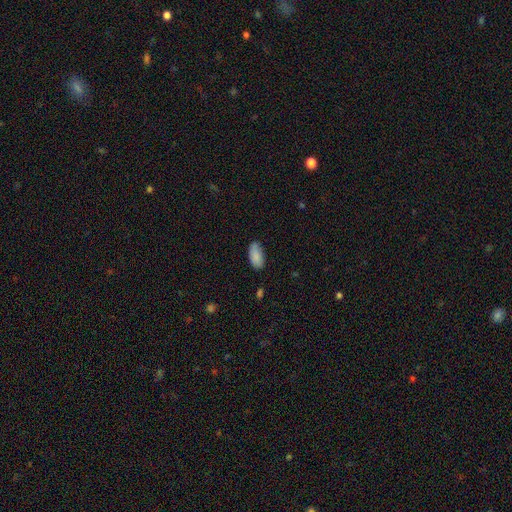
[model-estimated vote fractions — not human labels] smooth-or-featured: smooth: 88% | star or artifact: 7% | featured or disk: 5%
  how-rounded: in between: 92% | cigar-shaped: 6% | round: 2%
  merging: none: 80% | minor disturbance: 16% | major disturbance: 3% | merger: 1%